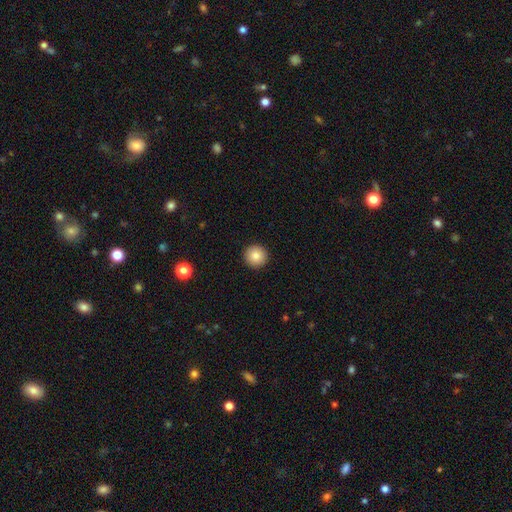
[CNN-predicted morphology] A smooth galaxy with no disk features (86%) that is round (96%). Merging: none (93%).